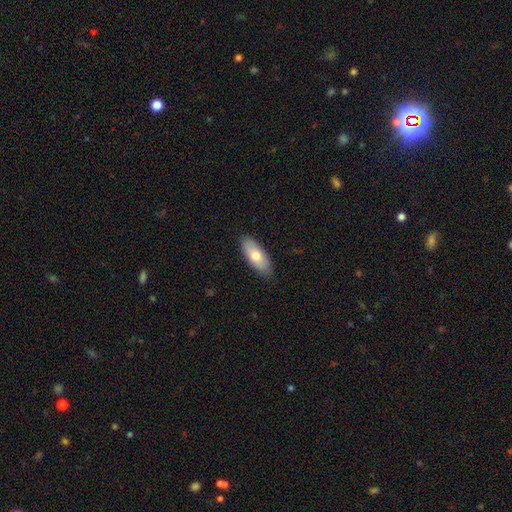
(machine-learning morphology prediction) Smooth or featured? Predicted: smooth (p=0.73). How rounded? Predicted: in between (p=0.82). Merging? Predicted: none (p=0.86).